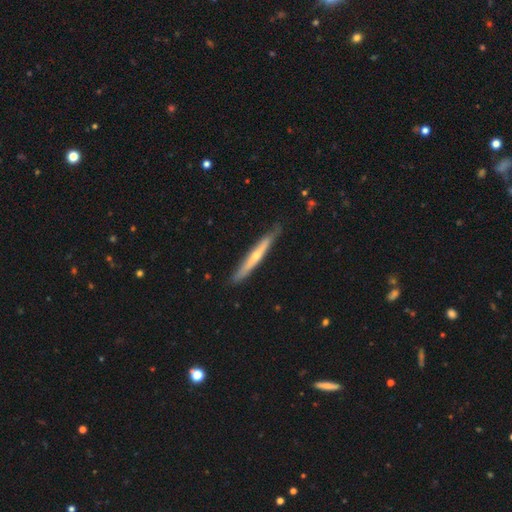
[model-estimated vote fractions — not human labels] Morphology: type=featured or disk (62%); edge-on=yes (94%); edge-on bulge=rounded (75%); merging=none (83%).